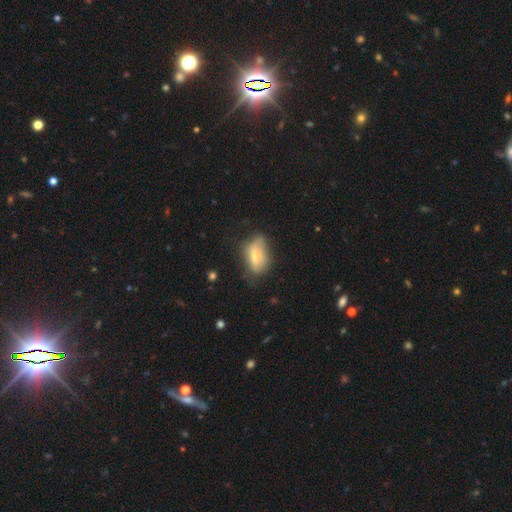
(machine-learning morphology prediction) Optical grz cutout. It shows a smooth galaxy with no disk features (63%) that is in between round and cigar-shaped (86%). Merging: none (48%).